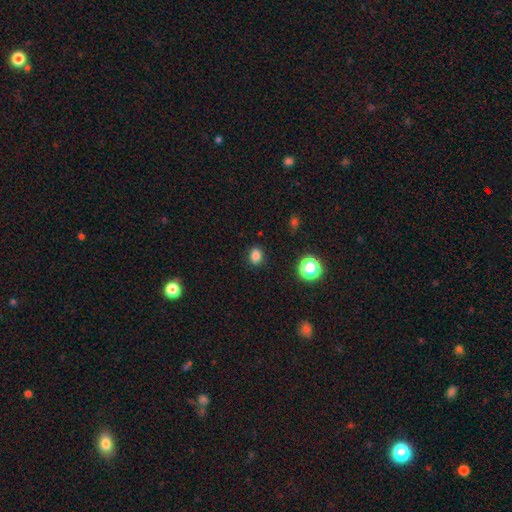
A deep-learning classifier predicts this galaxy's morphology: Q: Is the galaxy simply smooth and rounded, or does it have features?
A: smooth — 81%.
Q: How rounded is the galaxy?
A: in between — 54%.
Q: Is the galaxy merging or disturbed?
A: none — 86%.